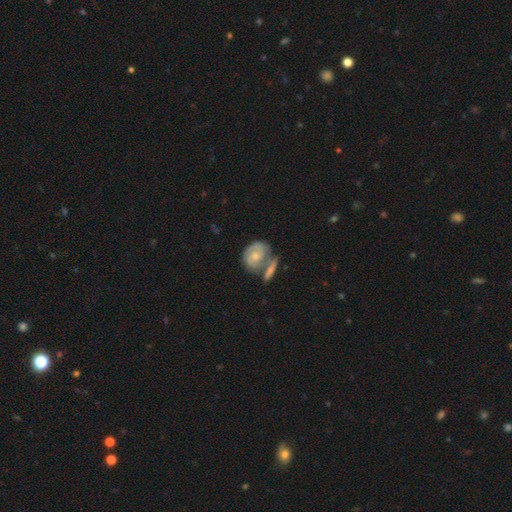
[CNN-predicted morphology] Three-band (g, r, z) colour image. It shows a featured or disk galaxy (65%) with no bar (76%), can't tell (38%, tied with 2) tight (66%) spiral arms (81%) and a moderate central bulge (47%). Merging: none (43%).